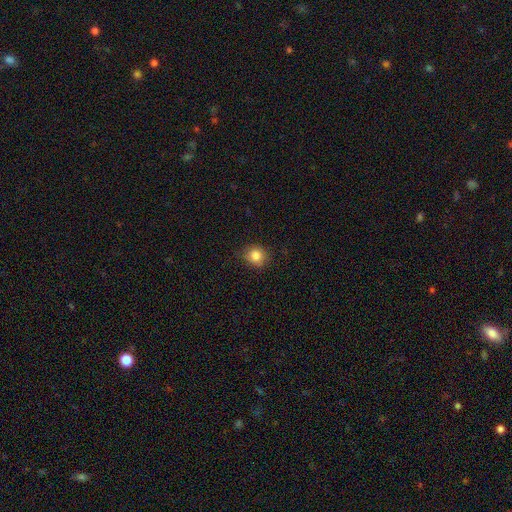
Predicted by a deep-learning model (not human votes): Smooth or featured: smooth — 84% (star or artifact — 11%)
How rounded: round — 82% (in between — 17%)
Merging: none — 81% (minor disturbance — 15%)